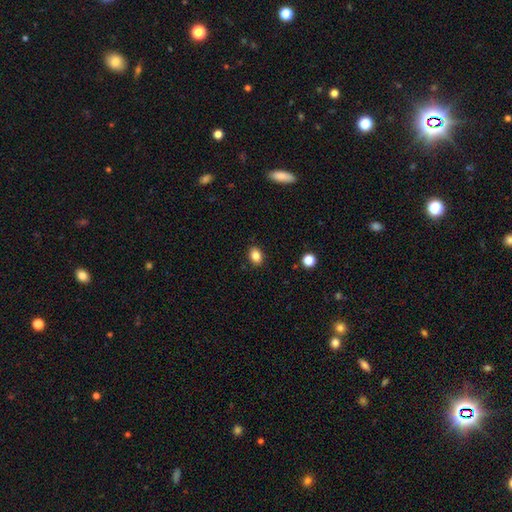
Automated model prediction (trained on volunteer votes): This appears to be a smooth galaxy with no disk features (85%) that is in between round and cigar-shaped (67%). Merging: none (89%).